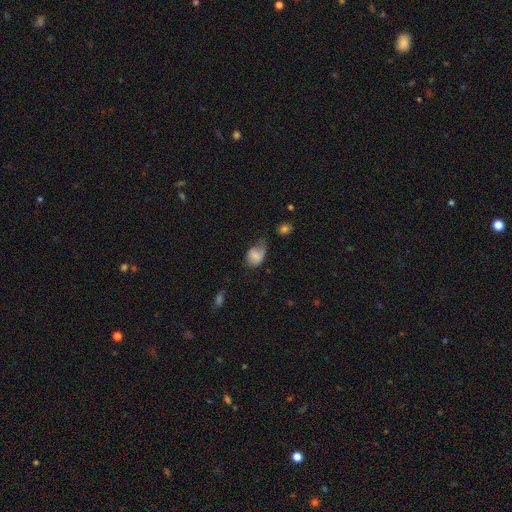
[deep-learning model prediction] smooth-or-featured: smooth: 70% | featured or disk: 22% | star or artifact: 8%
  how-rounded: in between: 76% | round: 23% | cigar-shaped: 1%
  merging: minor disturbance: 41% | none: 33% | major disturbance: 23% | merger: 3%